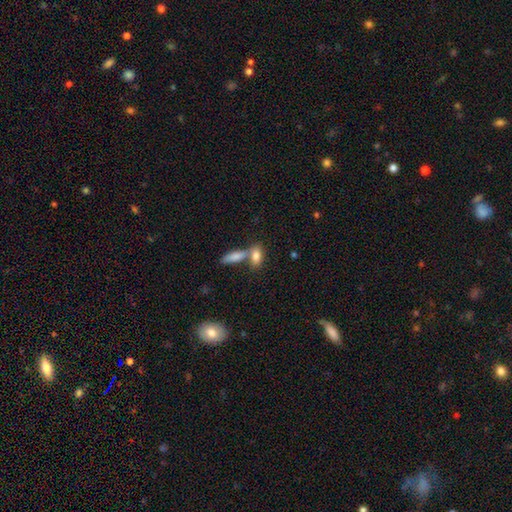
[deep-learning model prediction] Q: Smooth or featured?
A: smooth (81%); runner-up: featured or disk (12%)
Q: How rounded?
A: in between (80%); runner-up: cigar-shaped (15%)
Q: Merging?
A: none (44%); tied with: merger (44%)